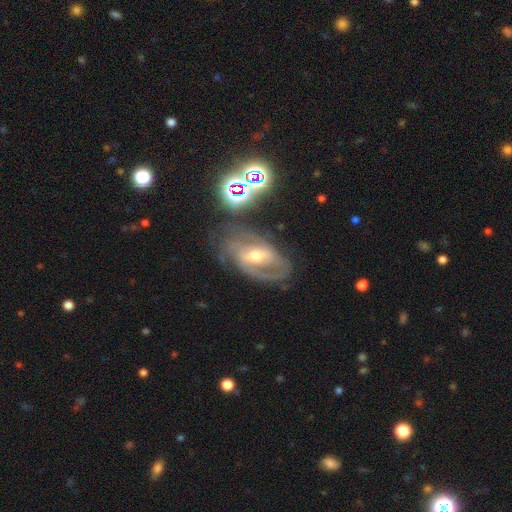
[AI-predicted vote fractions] This is clearly a featured or disk galaxy (81%). It is clearly not viewed edge-on (96%). Bar: possibly weak (45%). Spiral arm pattern: clearly yes (90%). Spiral arm count: possibly 2 (53%). Spiral winding: marginally medium (45%). Central bulge: likely moderate (68%). Merging: likely none (61%).